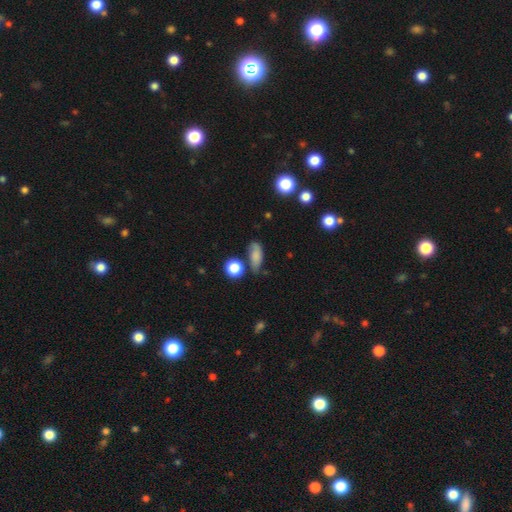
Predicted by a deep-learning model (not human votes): smooth-or-featured: smooth: 73% | featured or disk: 16% | star or artifact: 11%
  how-rounded: in between: 68% | cigar-shaped: 20% | round: 12%
  merging: none: 55% | minor disturbance: 27% | major disturbance: 9% | merger: 8%